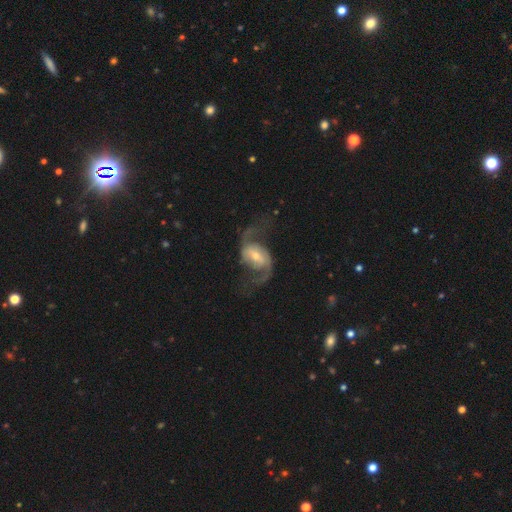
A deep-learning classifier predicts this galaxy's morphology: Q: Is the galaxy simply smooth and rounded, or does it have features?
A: featured or disk — 88%.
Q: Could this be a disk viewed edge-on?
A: no — 97%.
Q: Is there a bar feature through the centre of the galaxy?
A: weak — 44%.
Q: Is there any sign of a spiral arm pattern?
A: yes — 96%.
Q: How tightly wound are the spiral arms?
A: loose — 63%.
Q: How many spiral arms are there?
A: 2 — 93%.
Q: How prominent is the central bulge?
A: small — 51%.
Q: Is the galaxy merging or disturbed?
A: none — 68%.